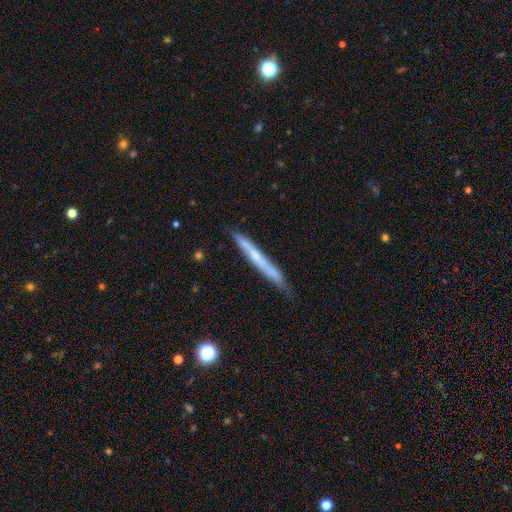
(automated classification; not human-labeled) Smooth or featured? featured or disk (56%)
Edge-on disk? yes (91%)
Edge-on bulge? none (55%)
Merging? none (73%)